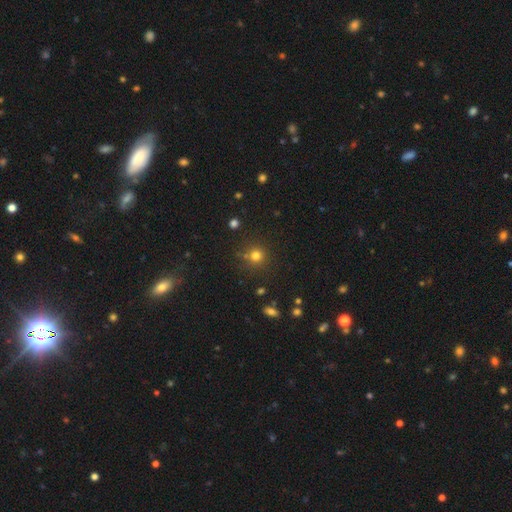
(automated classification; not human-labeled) Smooth or featured? Predicted: smooth (p=0.76). How rounded? Predicted: round (p=0.93). Merging? Predicted: none (p=0.81).